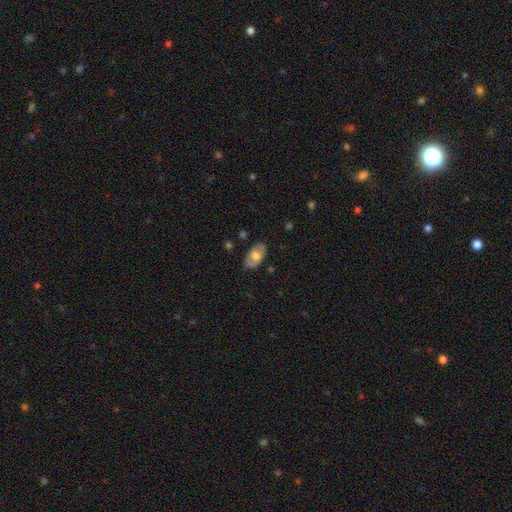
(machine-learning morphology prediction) Q: Smooth or featured?
A: smooth (62%); runner-up: featured or disk (32%)
Q: How rounded?
A: in between (93%); runner-up: round (5%)
Q: Merging?
A: none (81%); runner-up: minor disturbance (15%)